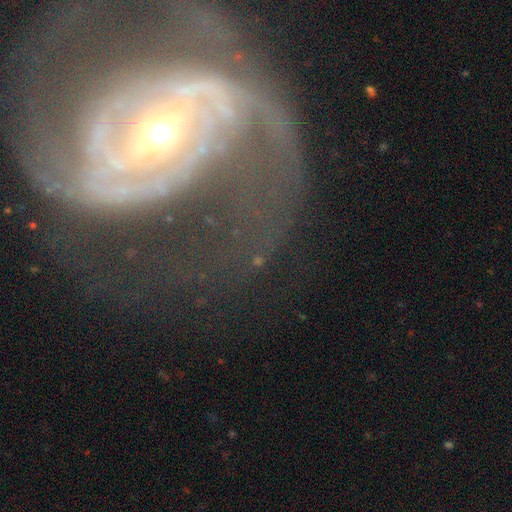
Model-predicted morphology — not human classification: This is clearly a featured or disk galaxy (81%). It is clearly not viewed edge-on (95%). Bar: marginally strong (35%). Spiral arm pattern: clearly yes (87%). Spiral arm count: possibly 2 (46%). Spiral winding: marginally tight (41%). Central bulge: possibly moderate (52%). Merging: possibly none (48%).